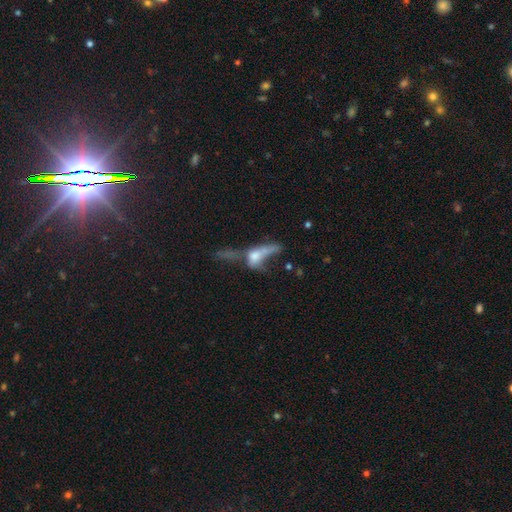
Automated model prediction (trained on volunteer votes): A featured or disk galaxy (46%). Merging: major disturbance (46%).